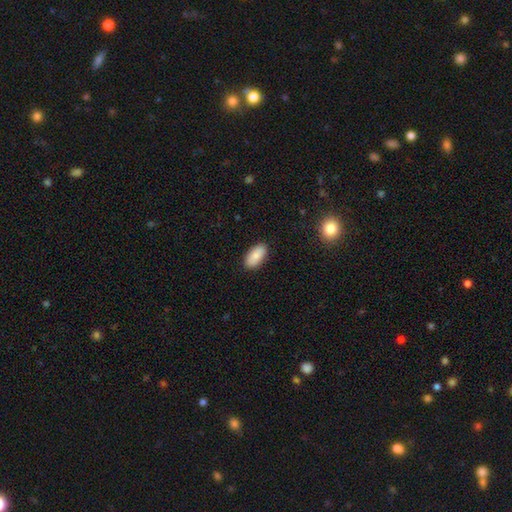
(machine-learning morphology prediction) A smooth galaxy with no disk features (84%) that is in between round and cigar-shaped (93%).

Vote fractions:
- Smooth or featured? smooth: 84% / featured or disk: 10% / star or artifact: 7%
- How rounded? in between: 93% / cigar-shaped: 4% / round: 3%
- Merging? none: 88% / minor disturbance: 9% / major disturbance: 2% / merger: 1%